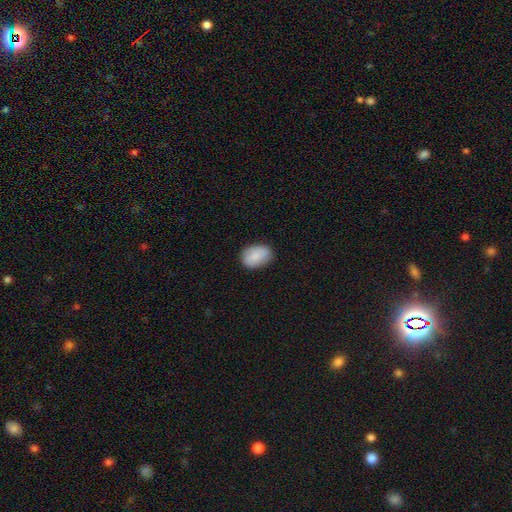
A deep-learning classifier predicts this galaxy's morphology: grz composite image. It shows a smooth galaxy with no disk features (86%) that is in between round and cigar-shaped (77%). Merging: none (81%).